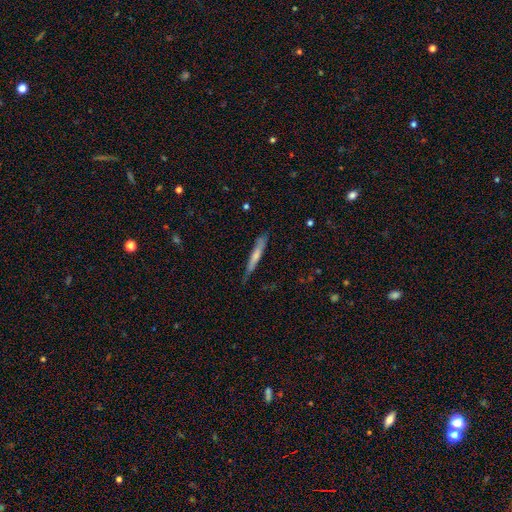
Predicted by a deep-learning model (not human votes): Overall: smooth (61%; featured or disk 33%). How rounded: cigar-shaped (94%). Merging: none (74%).